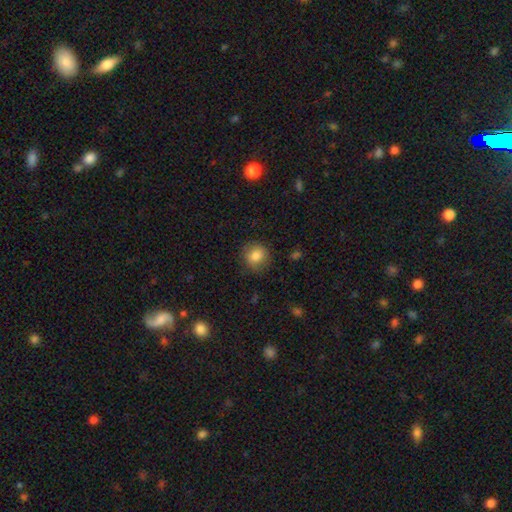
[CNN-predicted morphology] This is clearly a smooth galaxy (84%). How rounded: clearly round (86%). Merging: clearly none (85%).